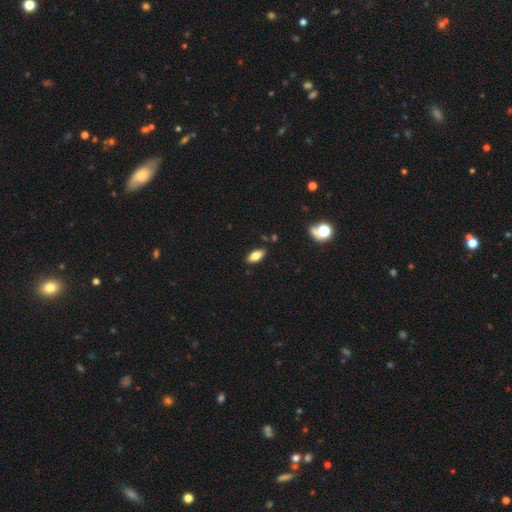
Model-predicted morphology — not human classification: smooth_or_featured: smooth (p=0.77) [alt: featured or disk p=0.14]
how_rounded: in between (p=0.87) [alt: cigar-shaped p=0.10]
merging: none (p=0.87) [alt: minor disturbance p=0.10]